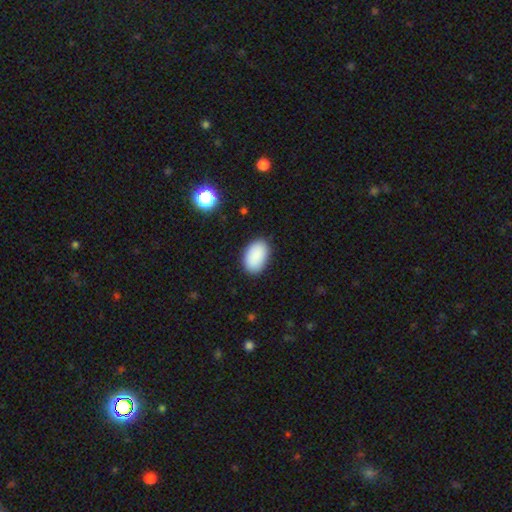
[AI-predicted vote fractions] Morphology: type=smooth (89%); roundness=in between (92%); merging=none (86%).